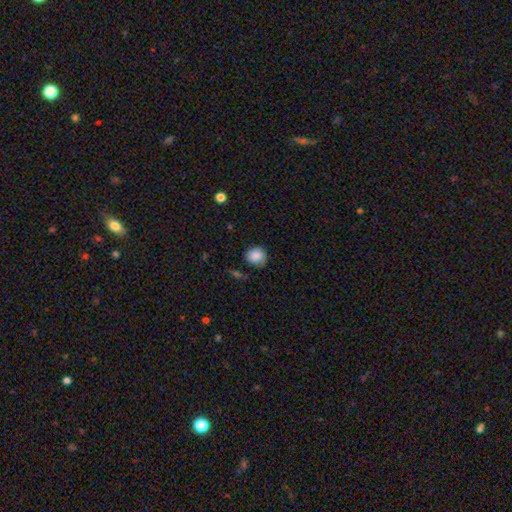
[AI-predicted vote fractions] Overall: smooth (86%). How rounded: round (87%). Merging: none (71%).